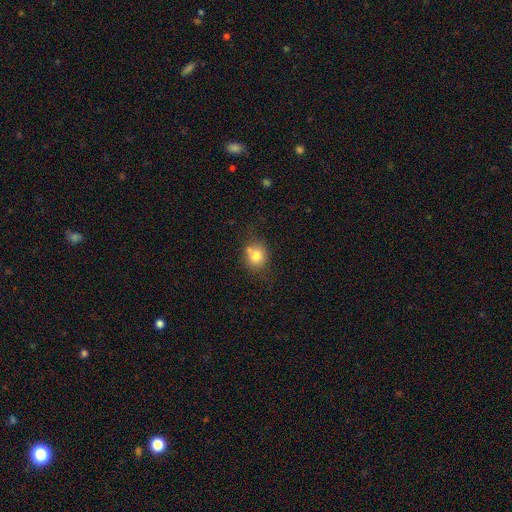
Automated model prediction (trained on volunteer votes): smooth-or-featured: smooth: 76% | featured or disk: 13% | star or artifact: 11%
  how-rounded: round: 76% | in between: 23% | cigar-shaped: 1%
  merging: none: 62% | merger: 17% | minor disturbance: 16% | major disturbance: 5%